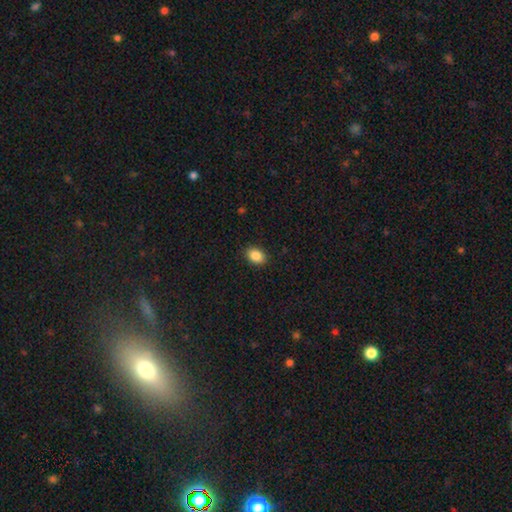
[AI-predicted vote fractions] Q: Smooth or featured?
A: smooth (88%); runner-up: star or artifact (8%)
Q: How rounded?
A: in between (77%); runner-up: round (22%)
Q: Merging?
A: none (88%); runner-up: minor disturbance (8%)